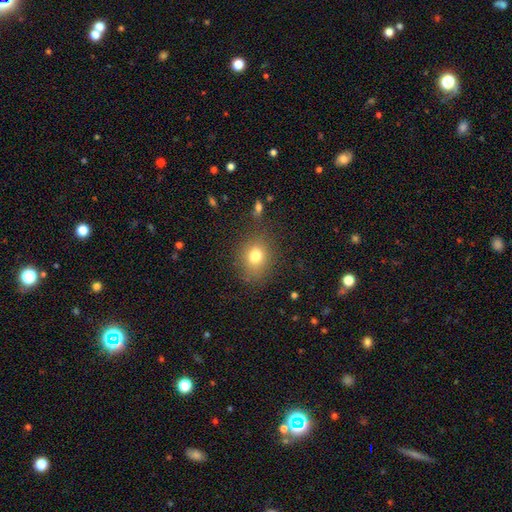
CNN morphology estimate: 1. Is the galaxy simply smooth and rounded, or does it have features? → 77% smooth, 13% star or artifact, 10% featured or disk.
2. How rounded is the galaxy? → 57% round, 41% in between, 1% cigar-shaped.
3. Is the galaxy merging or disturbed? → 80% none, 13% minor disturbance, 5% major disturbance, 3% merger.